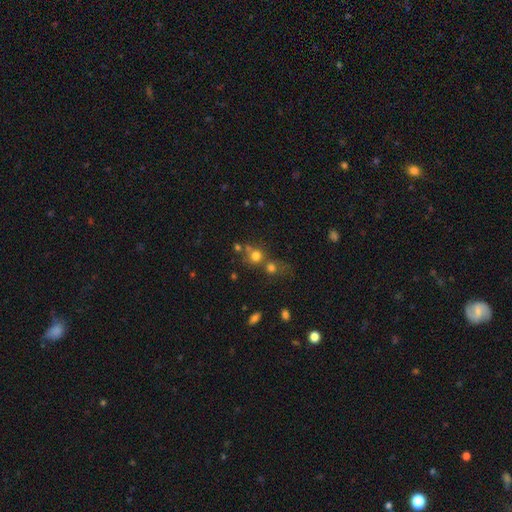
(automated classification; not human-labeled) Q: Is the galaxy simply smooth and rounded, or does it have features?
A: smooth — 70%.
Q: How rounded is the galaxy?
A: round — 85%.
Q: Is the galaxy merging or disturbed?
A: none — 47%.